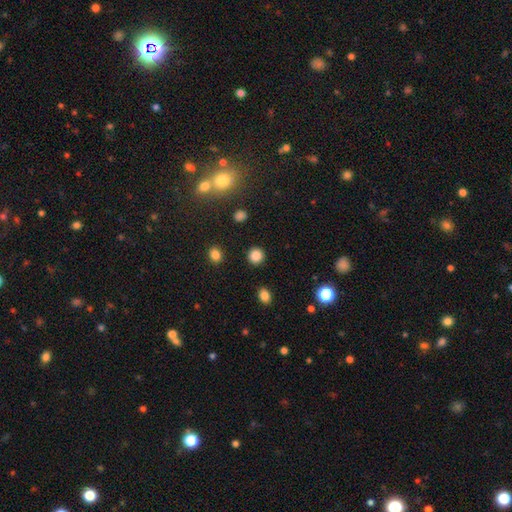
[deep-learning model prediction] Smooth or featured?
  - smooth: 85% *
  - star or artifact: 11%
  - featured or disk: 4%
How rounded?
  - round: 91% *
  - in between: 8%
  - cigar-shaped: 1%
Merging?
  - none: 90% *
  - minor disturbance: 6%
  - major disturbance: 2%
  - merger: 2%